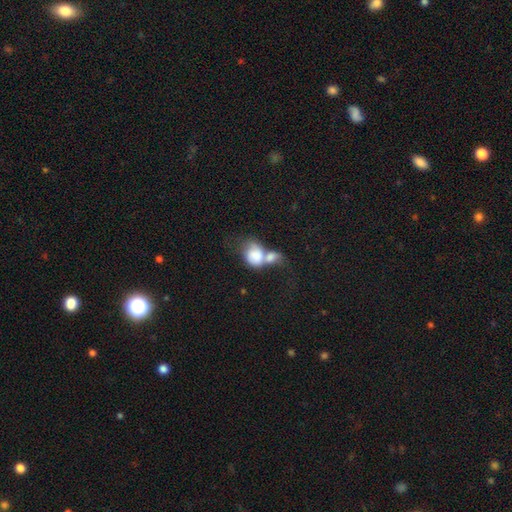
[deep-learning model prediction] Smooth or featured: smooth — 74% (featured or disk — 19%)
How rounded: in between — 65% (round — 34%)
Merging: merger — 73% (none — 11%)